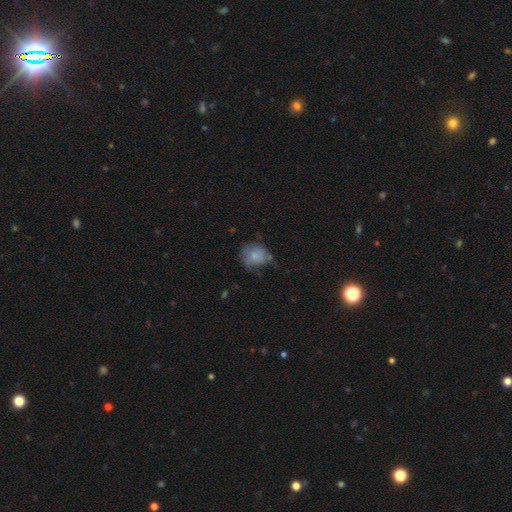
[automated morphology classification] The model was most divided on "merging": none: 44%, minor disturbance: 34%, major disturbance: 17%, merger: 5%. More confident: smooth or featured — smooth (72%); how rounded — round (68%).